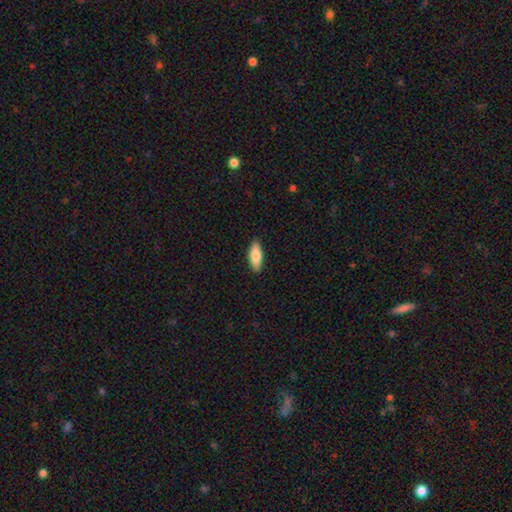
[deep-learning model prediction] Smooth or featured: smooth — 79% (featured or disk — 15%)
How rounded: in between — 69% (cigar-shaped — 28%)
Merging: none — 90% (minor disturbance — 7%)